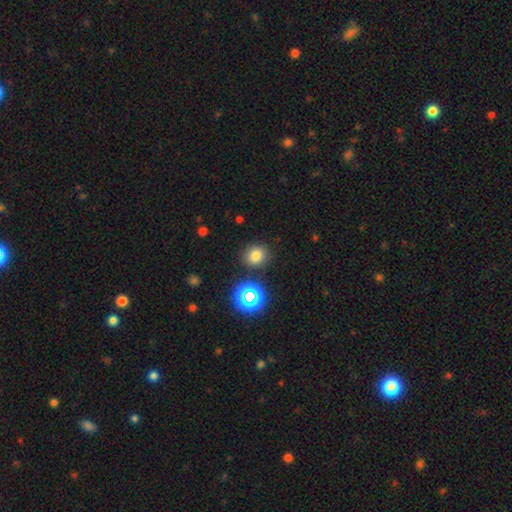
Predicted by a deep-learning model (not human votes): Smooth or featured? Predicted: smooth (p=0.73). How rounded? Predicted: round (p=0.74). Merging? Predicted: none (p=0.84).